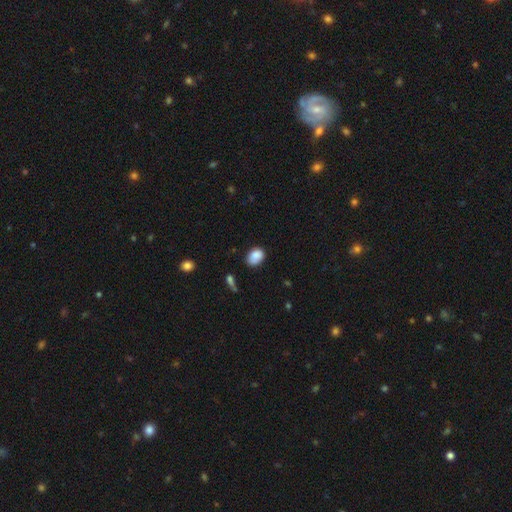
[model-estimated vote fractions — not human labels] This appears to be a smooth galaxy with no disk features (86%) that is in between round and cigar-shaped (77%). Merging: none (71%).